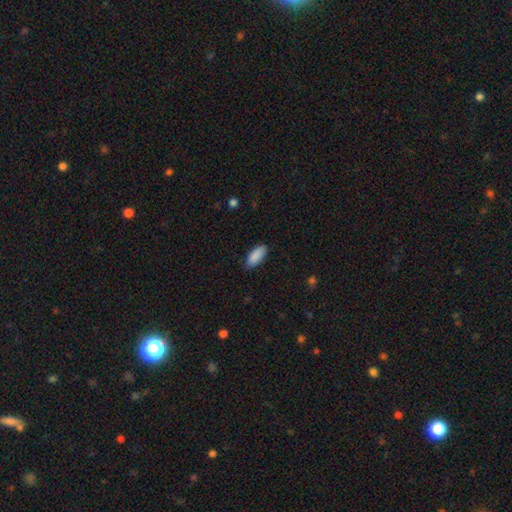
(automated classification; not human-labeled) Smooth or featured? Predicted: smooth (p=0.90). How rounded? Predicted: in between (p=0.83). Merging? Predicted: none (p=0.85).